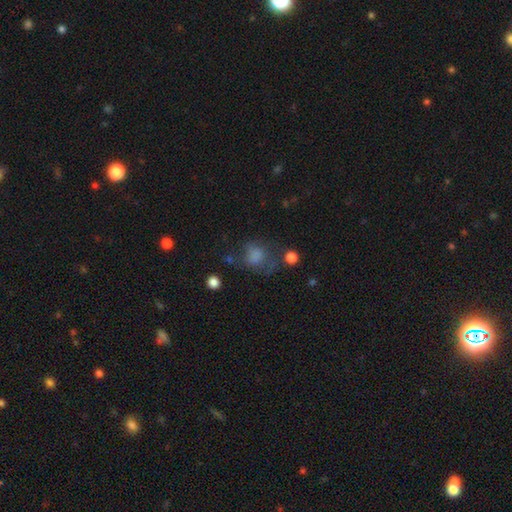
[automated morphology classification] A smooth galaxy with no disk features (72%) that is round (66%).

Vote fractions:
- Smooth or featured? smooth: 72% / featured or disk: 14% / star or artifact: 14%
- How rounded? round: 66% / in between: 33% / cigar-shaped: 1%
- Merging? none: 43% / major disturbance: 27% / minor disturbance: 23% / merger: 7%